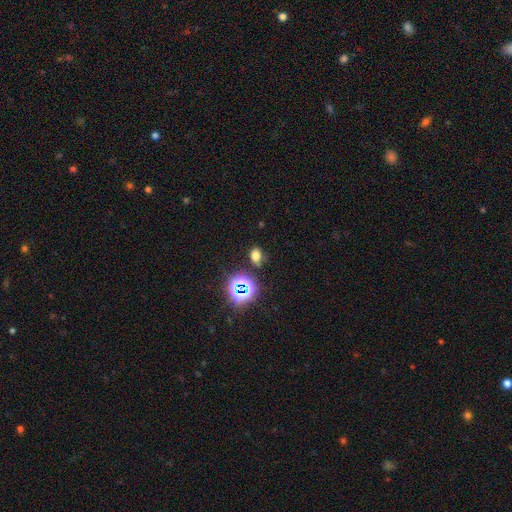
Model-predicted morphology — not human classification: A smooth galaxy with no disk features (64%) that is in between round and cigar-shaped (72%). Merging: none (78%).